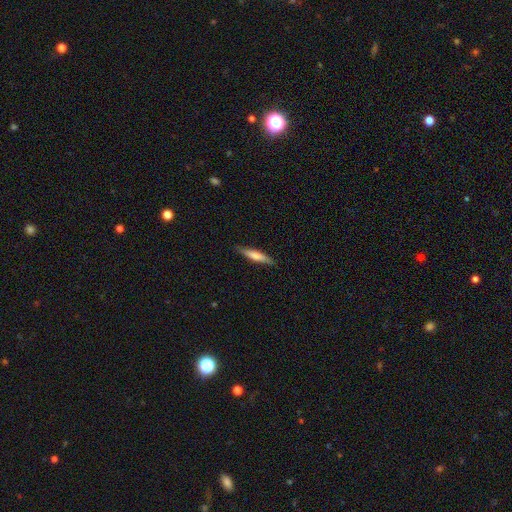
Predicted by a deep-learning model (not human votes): A smooth galaxy with no disk features (66%) that is cigar-shaped (87%).

Vote fractions:
- Smooth or featured? smooth: 66% / featured or disk: 29% / star or artifact: 6%
- How rounded? cigar-shaped: 87% / in between: 11% / round: 1%
- Merging? none: 86% / minor disturbance: 11% / major disturbance: 2% / merger: 1%